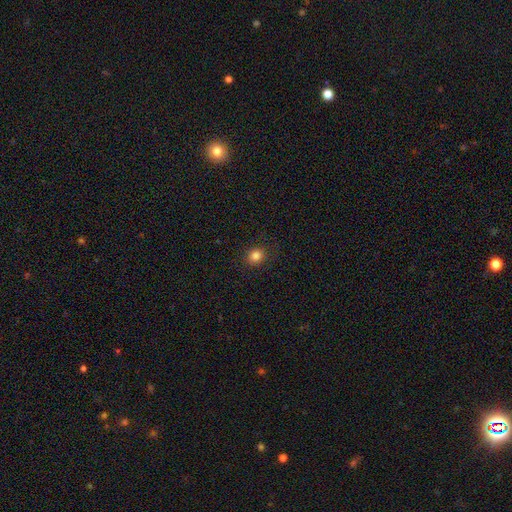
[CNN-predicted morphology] smooth_or_featured: smooth (p=0.83) [alt: star or artifact p=0.12]
how_rounded: round (p=0.74) [alt: in between p=0.25]
merging: none (p=0.88) [alt: minor disturbance p=0.08]